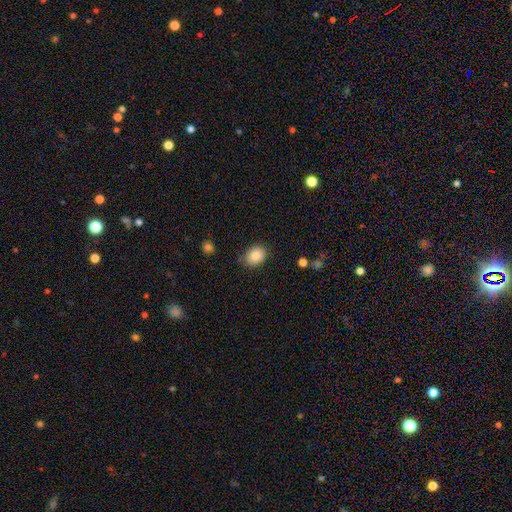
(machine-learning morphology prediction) smooth 86%, star or artifact 8%, featured or disk 5%. Down the decision tree: how rounded — in between (62%); merging — none (79%).